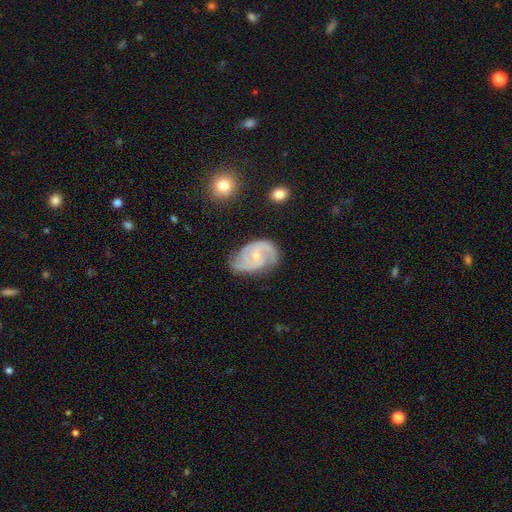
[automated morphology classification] A featured or disk galaxy (85%) with no bar (53%), 2 (65%) medium (49%) spiral arms (96%) and a small central bulge (70%).

Vote fractions:
- Smooth or featured? featured or disk: 85% / smooth: 10% / star or artifact: 5%
- Edge-on disk? no: 97% / yes: 3%
- Bar? no: 53% / weak: 40% / strong: 7%
- Spiral arms? yes: 96% / no: 4%
- Spiral winding? medium: 49% / tight: 37% / loose: 14%
- Spiral arm count? 2: 65% / 3: 16% / can't tell: 11% / 1: 3% / 4: 3% / more than 4: 2%
- Bulge size? small: 70% / moderate: 25% / none: 4% / large: 1% / dominant: 1%
- Merging? none: 64% / minor disturbance: 25% / major disturbance: 9% / merger: 2%